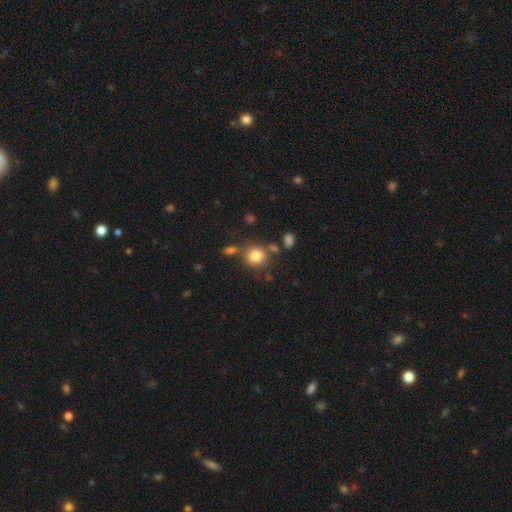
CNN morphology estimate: Smooth or featured: smooth — 81% (star or artifact — 11%)
How rounded: round — 82% (in between — 17%)
Merging: none — 67% (minor disturbance — 14%)